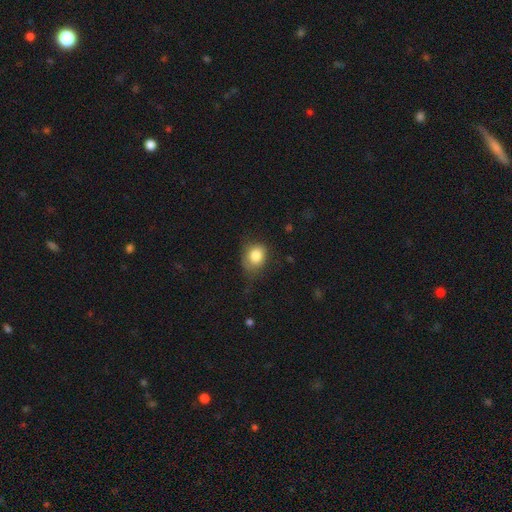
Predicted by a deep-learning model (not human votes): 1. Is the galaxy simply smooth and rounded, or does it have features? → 82% smooth, 10% featured or disk, 8% star or artifact.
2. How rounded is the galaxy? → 55% round, 44% in between, 1% cigar-shaped.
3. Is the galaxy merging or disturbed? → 54% none, 30% minor disturbance, 14% major disturbance, 2% merger.